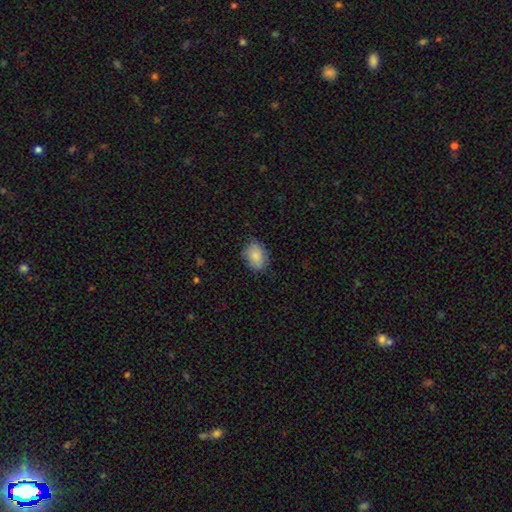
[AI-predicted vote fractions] Q: Smooth or featured?
A: smooth (87%); runner-up: star or artifact (7%)
Q: How rounded?
A: in between (77%); runner-up: round (22%)
Q: Merging?
A: none (80%); runner-up: minor disturbance (16%)